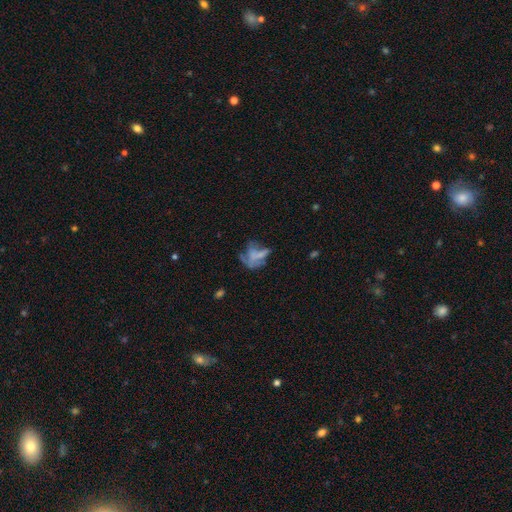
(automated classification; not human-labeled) The model was most divided on "smooth or featured": featured or disk: 44%, smooth: 39%, star or artifact: 17%. Remaining: merging — major disturbance (39%).